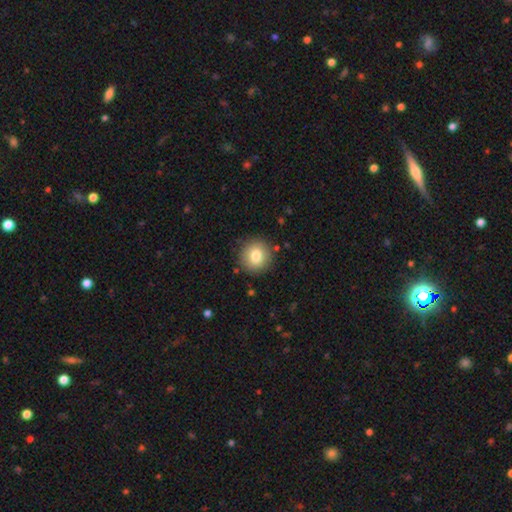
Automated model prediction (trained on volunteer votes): smooth-or-featured: smooth: 81% | featured or disk: 10% | star or artifact: 9%
  how-rounded: round: 90% | in between: 9% | cigar-shaped: 1%
  merging: none: 88% | minor disturbance: 8% | major disturbance: 2% | merger: 2%